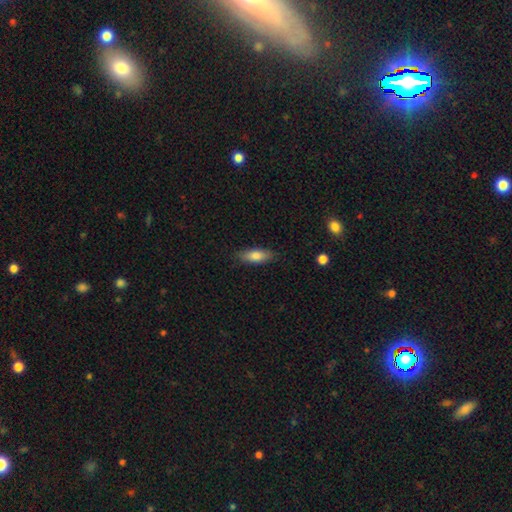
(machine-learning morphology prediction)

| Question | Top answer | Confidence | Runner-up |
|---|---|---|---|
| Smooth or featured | smooth | 78% | featured or disk (15%) |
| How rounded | in between | 68% | cigar-shaped (29%) |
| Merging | none | 84% | minor disturbance (12%) |